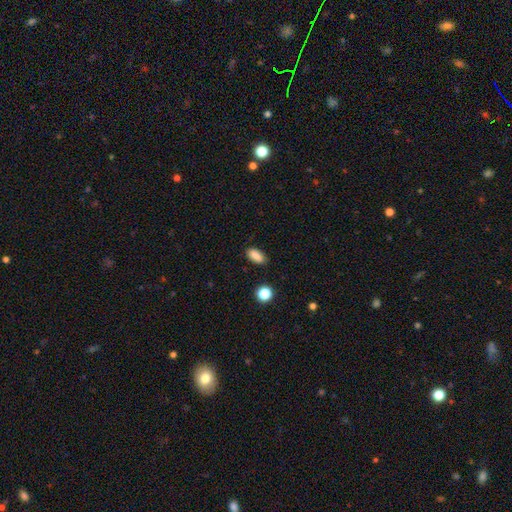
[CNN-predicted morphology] A smooth galaxy with no disk features (87%) that is in between round and cigar-shaped (89%). Merging: none (86%).